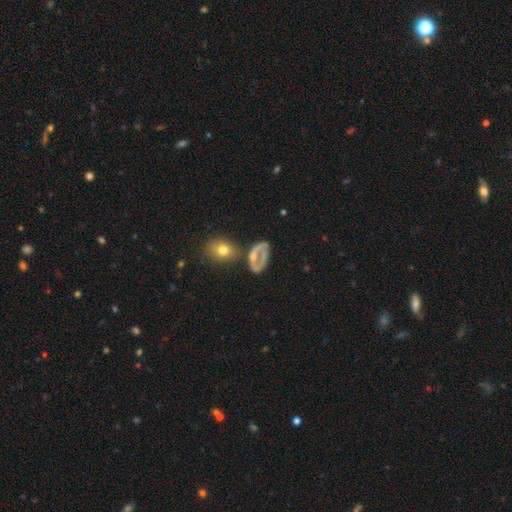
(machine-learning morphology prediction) smooth-or-featured: featured or disk: 51% | smooth: 38% | star or artifact: 11%
  disk-edge-on: no: 93% | yes: 7%
  merging: none: 41% | major disturbance: 23% | minor disturbance: 21% | merger: 15%